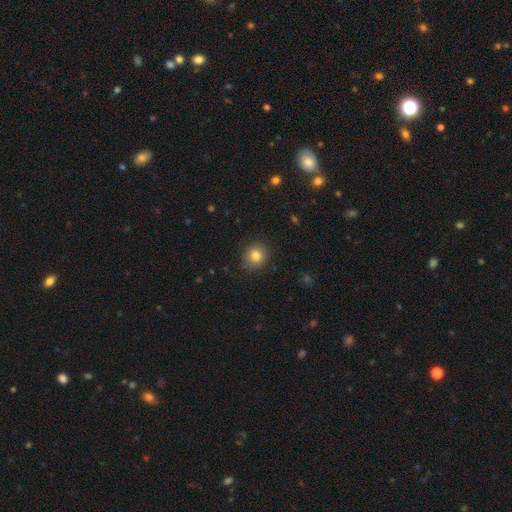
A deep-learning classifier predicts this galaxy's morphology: The model was most divided on "smooth or featured": smooth: 81%, star or artifact: 11%, featured or disk: 8%. More confident: merging — none (88%); how rounded — round (85%).